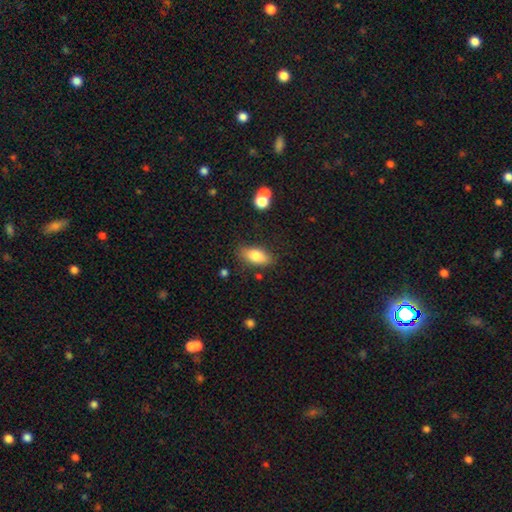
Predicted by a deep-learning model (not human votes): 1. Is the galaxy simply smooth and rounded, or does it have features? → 78% smooth, 14% featured or disk, 7% star or artifact.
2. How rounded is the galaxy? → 85% in between, 11% cigar-shaped, 4% round.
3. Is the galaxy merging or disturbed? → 79% none, 14% minor disturbance, 4% major disturbance, 3% merger.